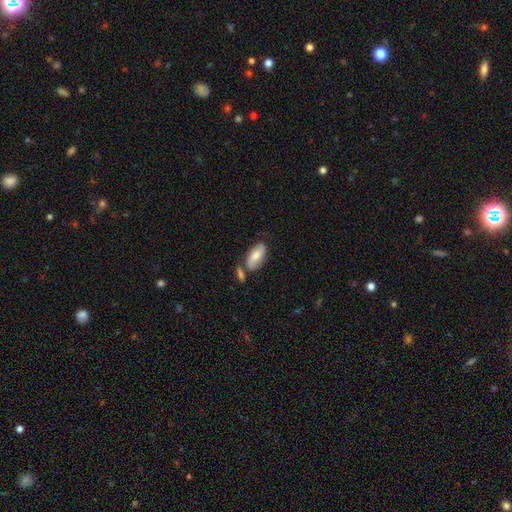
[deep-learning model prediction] smooth-or-featured: smooth: 64% | featured or disk: 29% | star or artifact: 7%
  how-rounded: in between: 90% | cigar-shaped: 7% | round: 3%
  merging: none: 57% | minor disturbance: 19% | merger: 18% | major disturbance: 6%